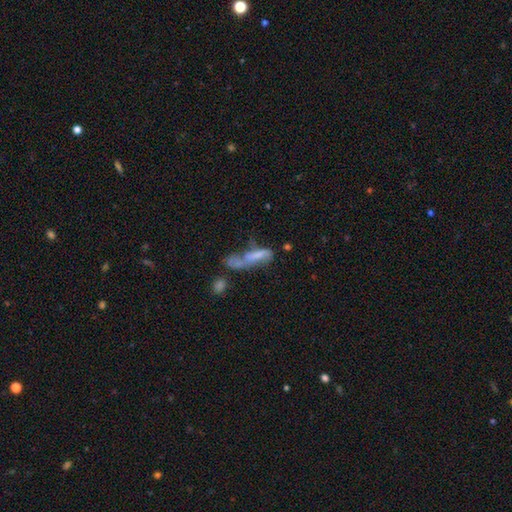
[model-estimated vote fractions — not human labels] smooth_or_featured: smooth (p=0.55) [alt: featured or disk p=0.33]
how_rounded: cigar-shaped (p=0.53) [alt: in between p=0.44]
merging: merger (p=0.46) [alt: major disturbance p=0.23]